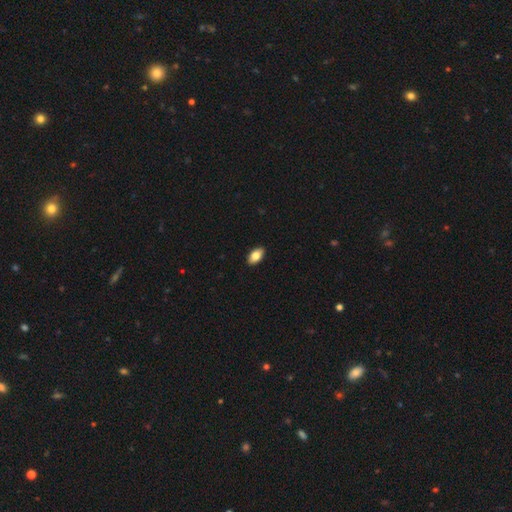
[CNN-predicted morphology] type=smooth (83%); roundness=in between (93%); merging=none (91%).